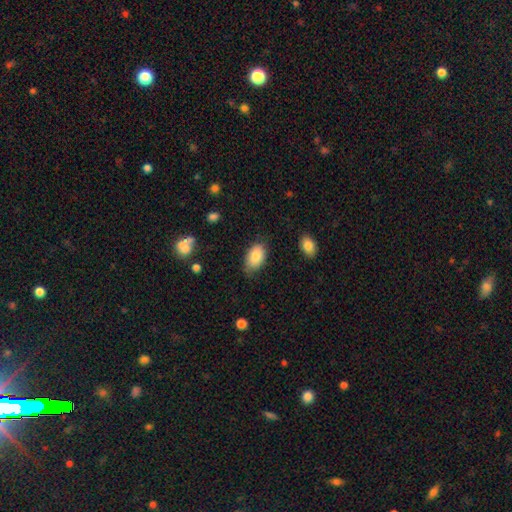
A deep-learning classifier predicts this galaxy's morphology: Overall: smooth (86%). How rounded: in between (93%). Merging: none (72%).